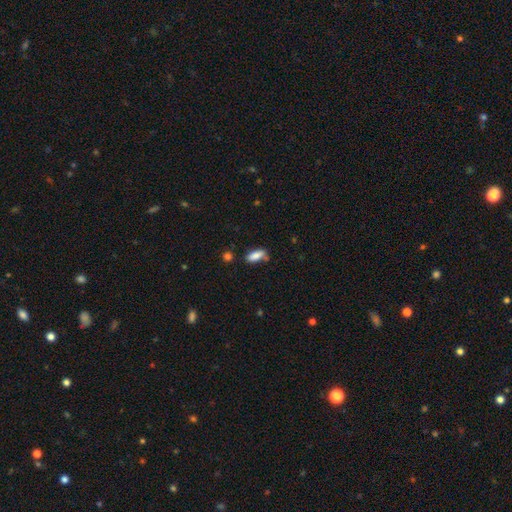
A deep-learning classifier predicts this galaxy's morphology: The model was most divided on "merging": none: 60%, minor disturbance: 25%, merger: 8%, major disturbance: 7%. More confident: smooth or featured — smooth (83%); how rounded — in between (75%).